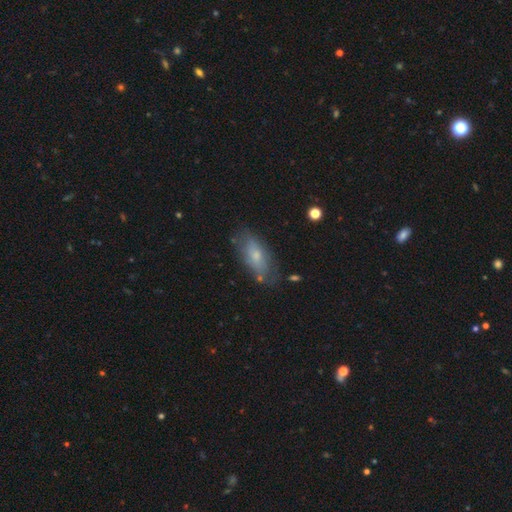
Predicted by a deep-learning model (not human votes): Smooth or featured? Predicted: smooth (p=0.61). How rounded? Predicted: in between (p=0.82). Merging? Predicted: none (p=0.68).